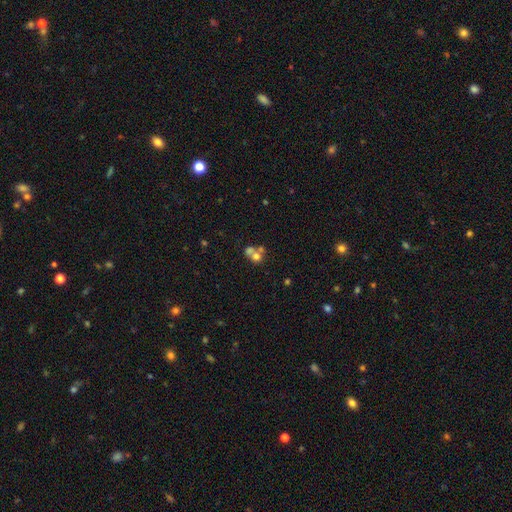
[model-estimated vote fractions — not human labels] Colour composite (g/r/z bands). It shows a smooth galaxy with no disk features (62%) that is round (72%). Merging: merger (60%).